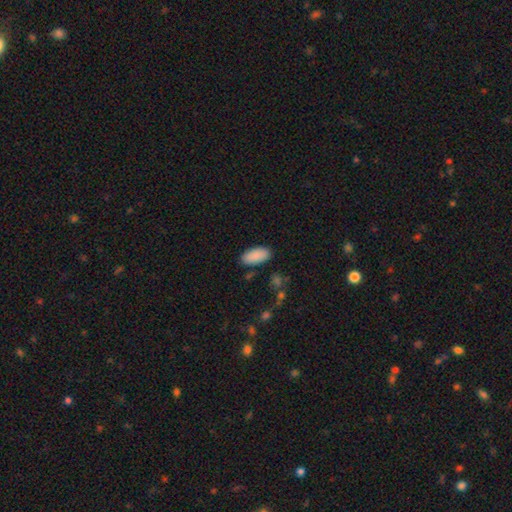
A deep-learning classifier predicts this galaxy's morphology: Overall: smooth (89%). How rounded: in between (92%). Merging: none (85%).